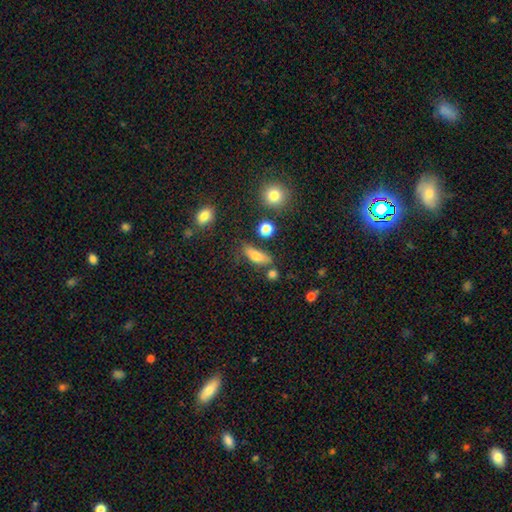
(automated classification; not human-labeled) Smooth or featured? smooth (71%)
How rounded? in between (58%)
Merging? none (64%)